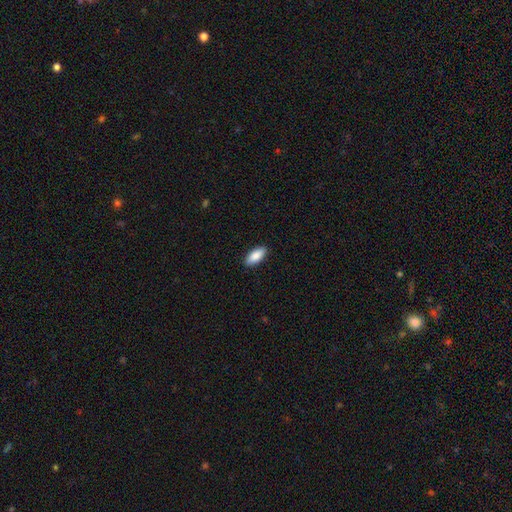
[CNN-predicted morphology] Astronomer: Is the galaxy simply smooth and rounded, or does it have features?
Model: smooth — 88%.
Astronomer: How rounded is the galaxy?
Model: in between — 86%.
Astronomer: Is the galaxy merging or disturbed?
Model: none — 90%.